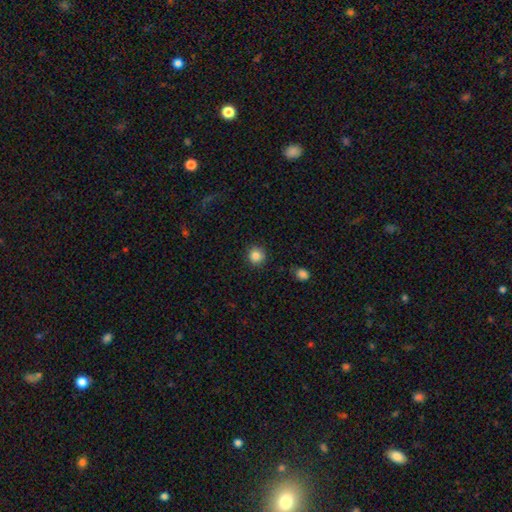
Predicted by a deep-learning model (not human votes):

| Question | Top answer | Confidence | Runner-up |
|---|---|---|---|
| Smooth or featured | smooth | 85% | star or artifact (11%) |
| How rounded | round | 93% | in between (6%) |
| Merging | none | 90% | minor disturbance (7%) |